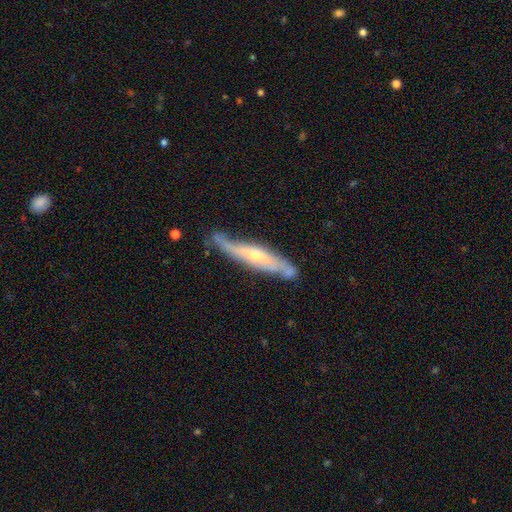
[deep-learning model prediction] A featured or disk galaxy (71%) viewed edge-on (63%).

Vote fractions:
- Smooth or featured? featured or disk: 71% / smooth: 23% / star or artifact: 6%
- Edge-on disk? yes: 63% / no: 37%
- Merging? none: 60% / minor disturbance: 26% / major disturbance: 8% / merger: 6%